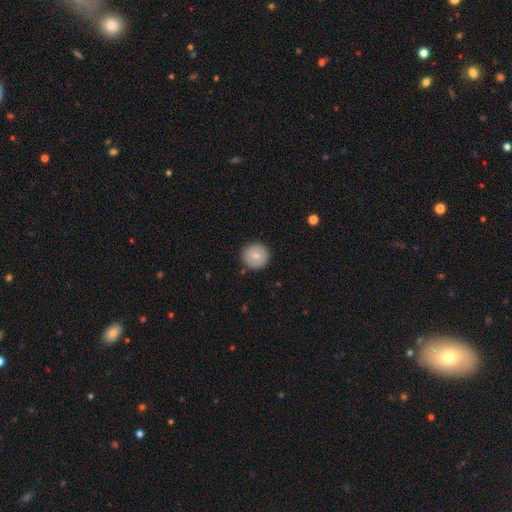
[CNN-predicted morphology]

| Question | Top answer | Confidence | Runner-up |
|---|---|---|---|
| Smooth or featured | smooth | 78% | featured or disk (15%) |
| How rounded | round | 95% | in between (4%) |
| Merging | none | 90% | minor disturbance (7%) |